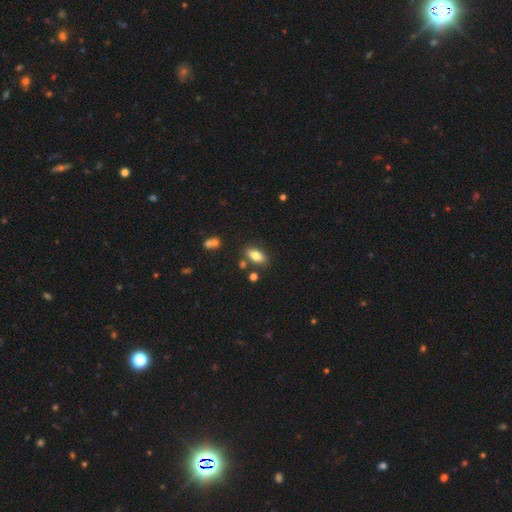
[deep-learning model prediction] smooth_or_featured: smooth (p=0.79) [alt: featured or disk p=0.13]
how_rounded: in between (p=0.88) [alt: cigar-shaped p=0.07]
merging: none (p=0.78) [alt: minor disturbance p=0.12]